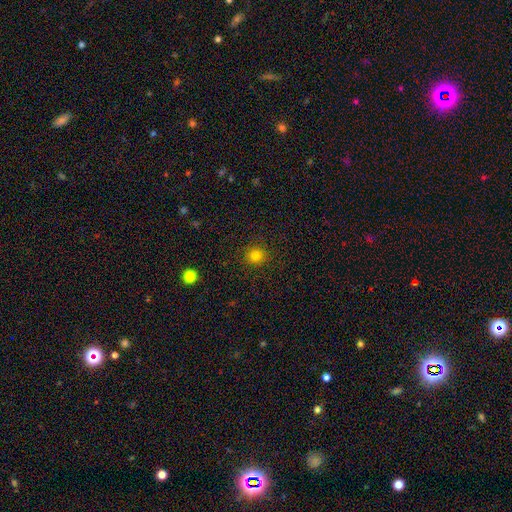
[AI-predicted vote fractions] Morphology: type=smooth (81%); roundness=round (91%); merging=none (90%).